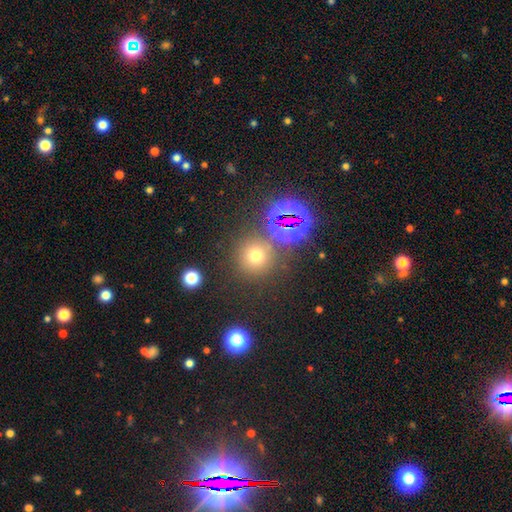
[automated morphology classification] Q: Smooth or featured?
A: smooth (63%); runner-up: star or artifact (28%)
Q: How rounded?
A: round (92%); runner-up: in between (7%)
Q: Merging?
A: none (78%); runner-up: merger (9%)